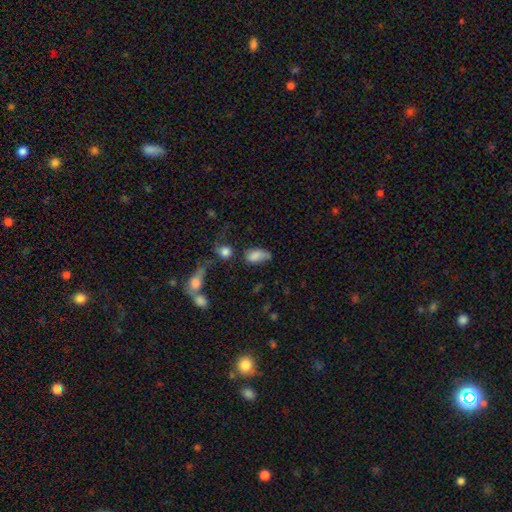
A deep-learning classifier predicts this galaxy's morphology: smooth_or_featured: smooth (p=0.78) [alt: featured or disk p=0.12]
how_rounded: in between (p=0.88) [alt: round p=0.08]
merging: none (p=0.37) [alt: minor disturbance p=0.30]